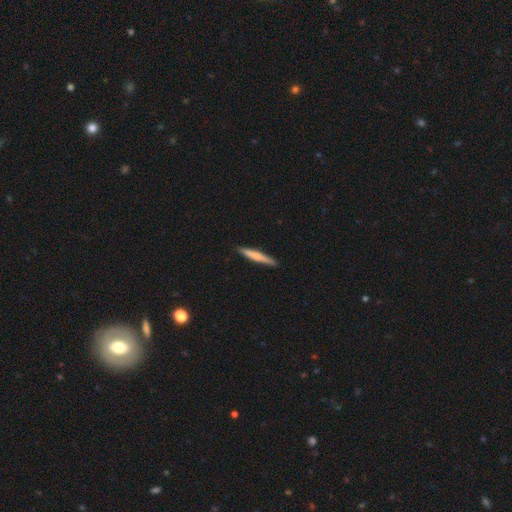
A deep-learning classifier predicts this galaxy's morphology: A smooth galaxy with no disk features (64%) that is cigar-shaped (95%). Merging: none (90%).